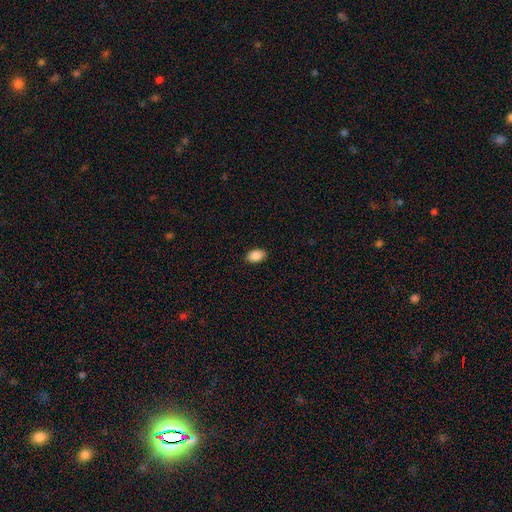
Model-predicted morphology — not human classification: smooth-or-featured: smooth: 89% | star or artifact: 8% | featured or disk: 4%
  how-rounded: in between: 90% | round: 9% | cigar-shaped: 1%
  merging: none: 89% | minor disturbance: 8% | major disturbance: 2% | merger: 1%